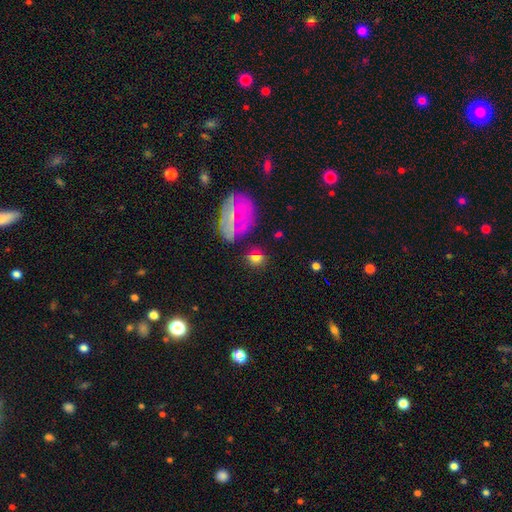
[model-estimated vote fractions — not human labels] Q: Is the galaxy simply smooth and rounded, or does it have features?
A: smooth — 71%.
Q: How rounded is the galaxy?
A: round — 59%.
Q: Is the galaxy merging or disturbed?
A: none — 70%.